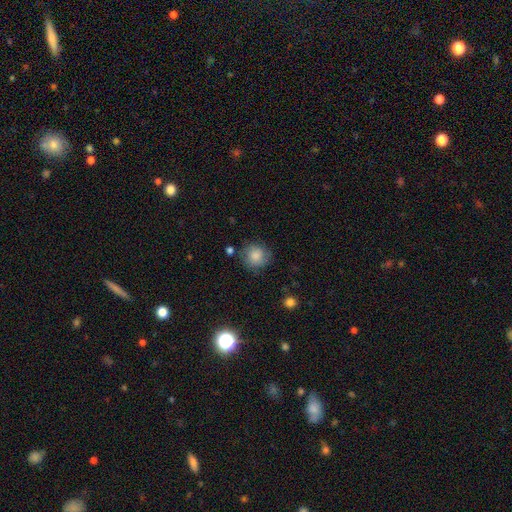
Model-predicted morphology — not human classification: This appears to be a smooth galaxy with no disk features (83%) that is round (89%). Merging: none (78%).